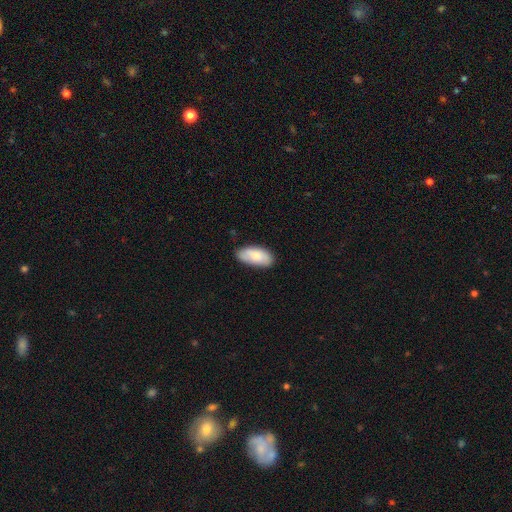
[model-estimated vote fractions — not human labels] smooth_or_featured: smooth (p=0.79) [alt: featured or disk p=0.15]
how_rounded: in between (p=0.92) [alt: cigar-shaped p=0.06]
merging: none (p=0.75) [alt: minor disturbance p=0.20]